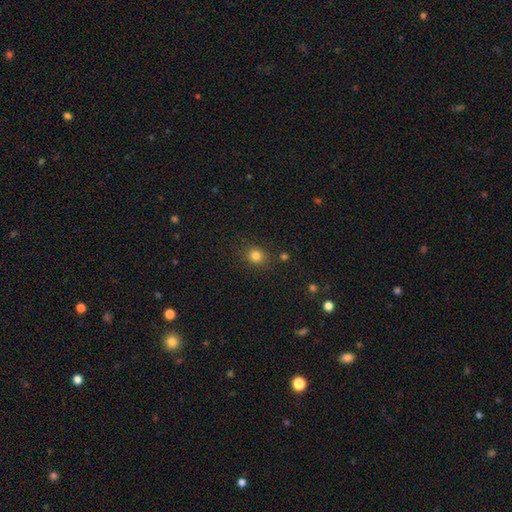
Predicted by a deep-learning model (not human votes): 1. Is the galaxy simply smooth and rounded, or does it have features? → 81% smooth, 14% star or artifact, 5% featured or disk.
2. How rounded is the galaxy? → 82% round, 17% in between, 1% cigar-shaped.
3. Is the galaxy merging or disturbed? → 83% none, 10% minor disturbance, 4% major disturbance, 3% merger.